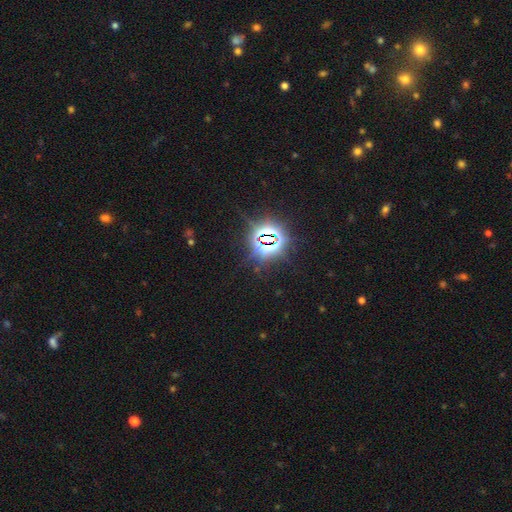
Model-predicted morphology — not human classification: This is clearly a star or artifact rather than a galaxy (83%).